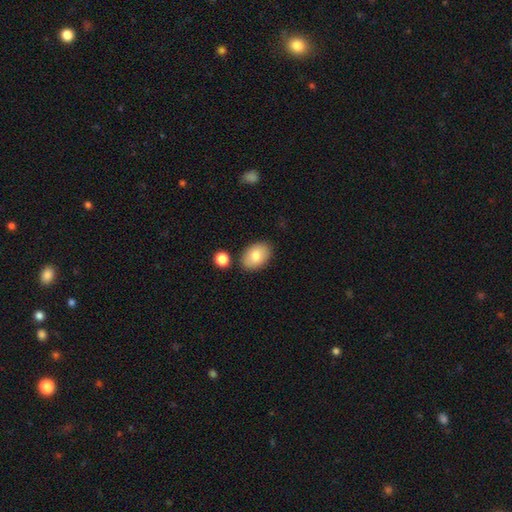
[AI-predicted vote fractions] Smooth or featured?
  - smooth: 82% *
  - featured or disk: 12%
  - star or artifact: 7%
How rounded?
  - in between: 88% *
  - round: 11%
  - cigar-shaped: 1%
Merging?
  - none: 82% *
  - minor disturbance: 11%
  - merger: 4%
  - major disturbance: 2%